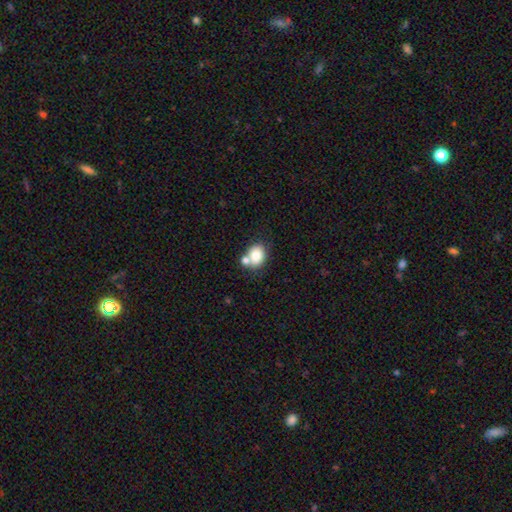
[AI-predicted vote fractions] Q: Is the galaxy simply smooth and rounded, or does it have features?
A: smooth — 80%.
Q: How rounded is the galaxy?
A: round — 50%.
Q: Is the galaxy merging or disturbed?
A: none — 50%.